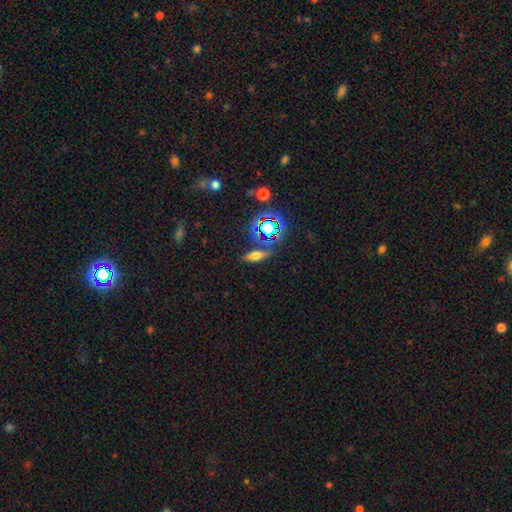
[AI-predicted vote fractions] This is possibly a smooth galaxy (53%). How rounded: possibly in between (48%). Merging: likely none (80%).